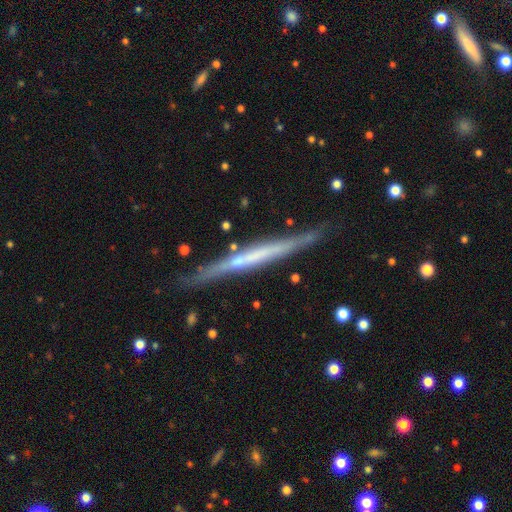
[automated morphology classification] Smooth or featured? Predicted: featured or disk (p=0.67). Edge-on disk? Predicted: yes (p=0.96). Edge-on bulge? Predicted: none (p=0.80). Merging? Predicted: none (p=0.84).